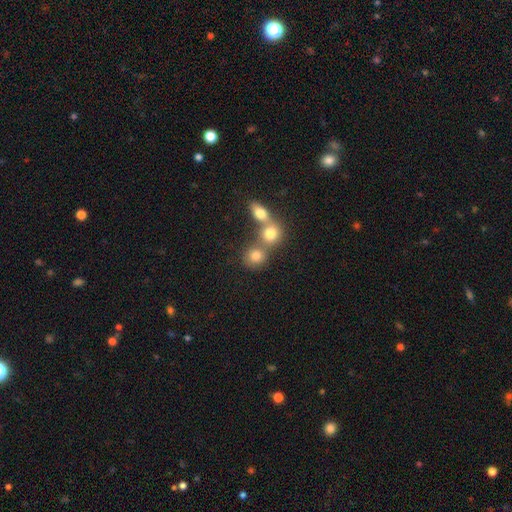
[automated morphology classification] smooth-or-featured: smooth: 78% | star or artifact: 12% | featured or disk: 10%
  how-rounded: round: 79% | in between: 20% | cigar-shaped: 1%
  merging: merger: 45% | none: 44% | minor disturbance: 7% | major disturbance: 4%